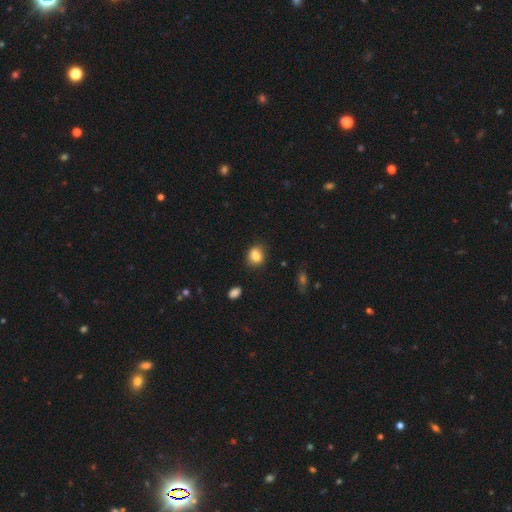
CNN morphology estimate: smooth_or_featured: smooth (p=0.78) [alt: featured or disk p=0.11]
how_rounded: round (p=0.53) [alt: in between p=0.45]
merging: none (p=0.54) [alt: merger p=0.24]